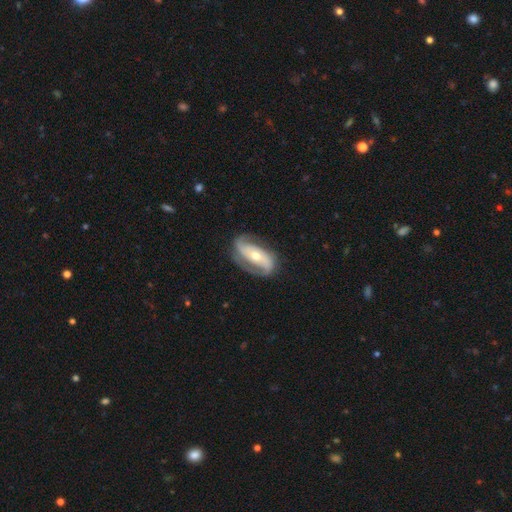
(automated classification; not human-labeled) Smooth or featured: featured or disk — 83% (smooth — 12%)
Edge-on disk: no — 95% (yes — 5%)
Bar: no — 45% (strong — 28%)
Spiral arms: yes — 94% (no — 6%)
Spiral winding: medium — 43% (loose — 31%)
Spiral arm count: 2 — 86% (can't tell — 5%)
Bulge size: moderate — 53% (small — 41%)
Merging: none — 73% (minor disturbance — 17%)